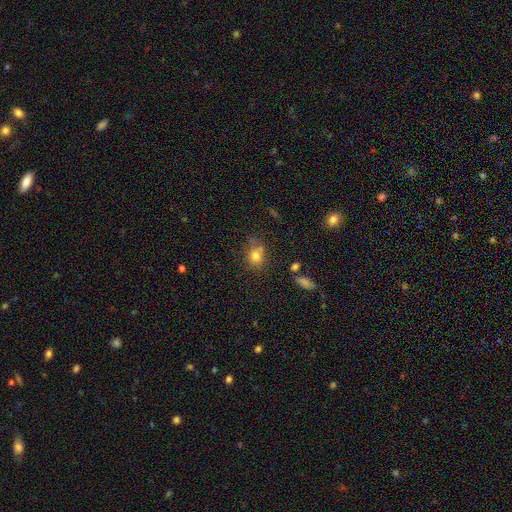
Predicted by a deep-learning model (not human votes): This appears to be a smooth galaxy with no disk features (77%) that is round (63%). Merging: none (64%).